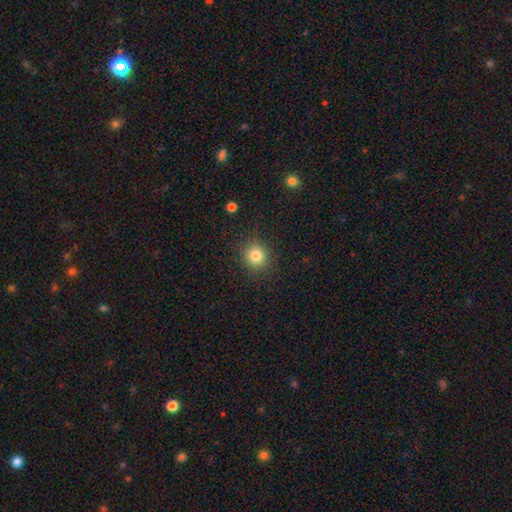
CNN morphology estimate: smooth 81%, star or artifact 12%, featured or disk 7%. Down the decision tree: how rounded — round (89%); merging — none (87%).